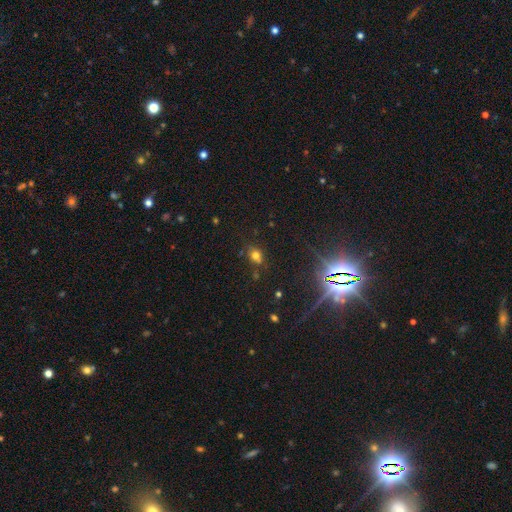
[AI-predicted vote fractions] Smooth or featured? Predicted: smooth (p=0.65). How rounded? Predicted: in between (p=0.51). Merging? Predicted: none (p=0.69).